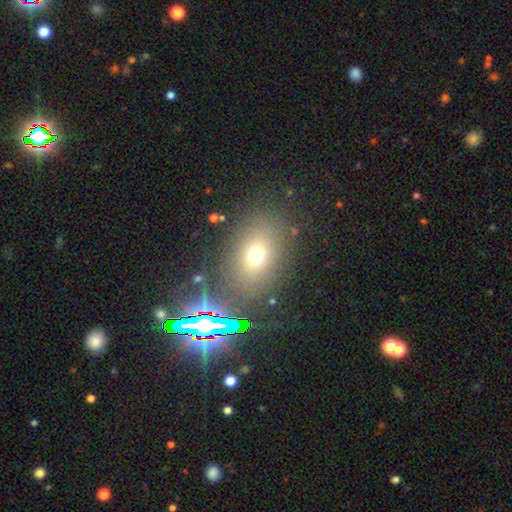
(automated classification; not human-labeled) A smooth galaxy with no disk features (63%) that is in between round and cigar-shaped (65%).

Vote fractions:
- Smooth or featured? smooth: 63% / star or artifact: 24% / featured or disk: 13%
- How rounded? in between: 65% / round: 33% / cigar-shaped: 2%
- Merging? none: 80% / minor disturbance: 10% / major disturbance: 6% / merger: 4%